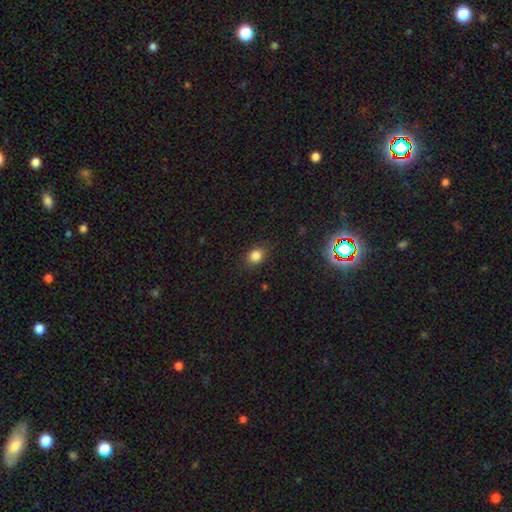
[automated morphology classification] Smooth or featured?
  - smooth: 84% *
  - star or artifact: 12%
  - featured or disk: 4%
How rounded?
  - round: 57% *
  - in between: 42%
  - cigar-shaped: 1%
Merging?
  - none: 86% *
  - minor disturbance: 10%
  - major disturbance: 3%
  - merger: 1%